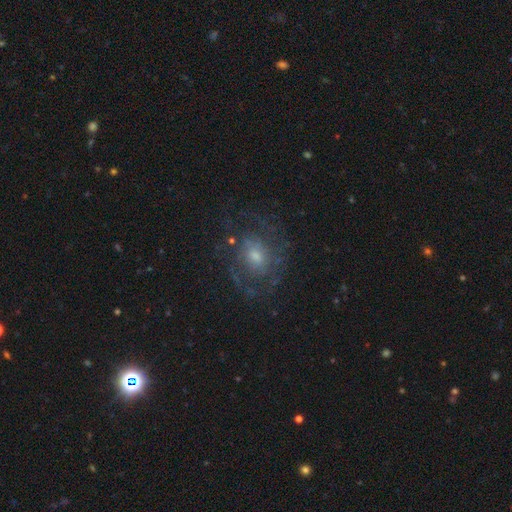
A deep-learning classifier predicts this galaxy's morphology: Smooth or featured: featured or disk — 71% (smooth — 19%)
Edge-on disk: no — 97% (yes — 3%)
Bar: no — 61% (weak — 34%)
Spiral arms: yes — 80% (no — 20%)
Spiral winding: tight — 43% (medium — 39%)
Spiral arm count: can't tell — 45% (2 — 25%)
Bulge size: moderate — 48% (small — 40%)
Merging: none — 65% (minor disturbance — 17%)